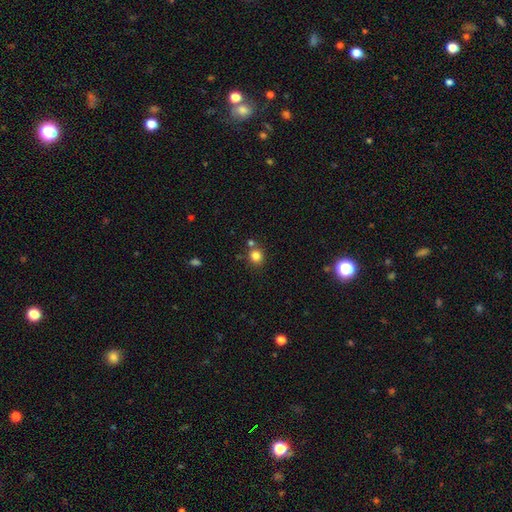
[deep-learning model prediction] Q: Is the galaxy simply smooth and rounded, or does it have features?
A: smooth — 83%.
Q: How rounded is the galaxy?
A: round — 80%.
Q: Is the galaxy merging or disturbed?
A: none — 73%.